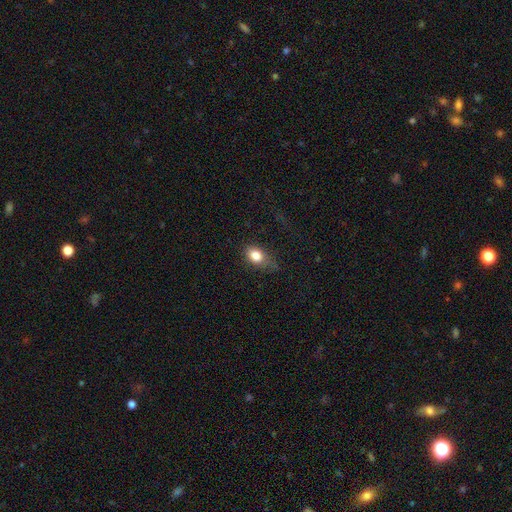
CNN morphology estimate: Smooth or featured?
  - smooth: 82% *
  - star or artifact: 10%
  - featured or disk: 9%
How rounded?
  - in between: 73% *
  - round: 25%
  - cigar-shaped: 2%
Merging?
  - none: 57% *
  - minor disturbance: 29%
  - major disturbance: 13%
  - merger: 2%